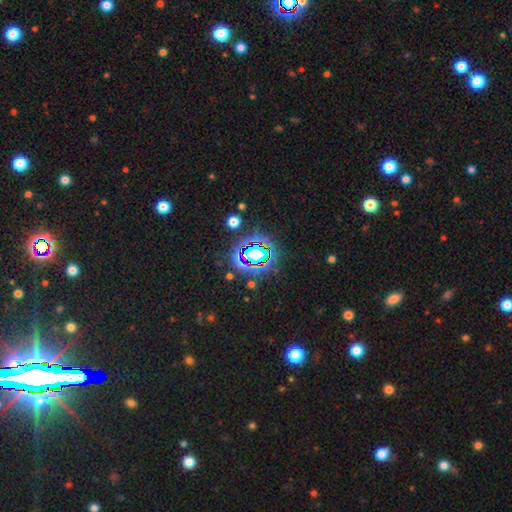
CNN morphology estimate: star or artifact 77%, smooth 14%, featured or disk 8%.